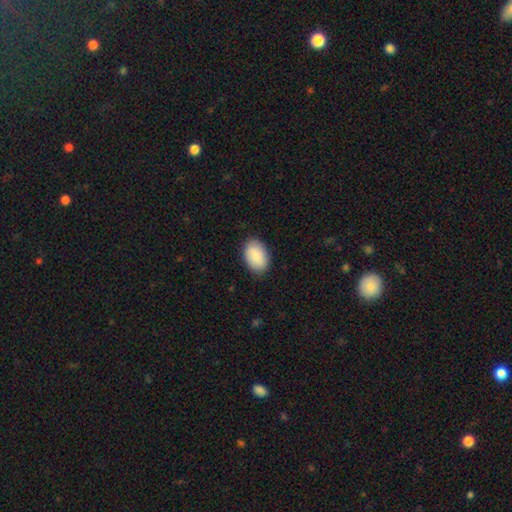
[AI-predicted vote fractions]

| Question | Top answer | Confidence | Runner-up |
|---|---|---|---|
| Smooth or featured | smooth | 89% | star or artifact (6%) |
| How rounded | in between | 92% | round (7%) |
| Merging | none | 86% | minor disturbance (11%) |